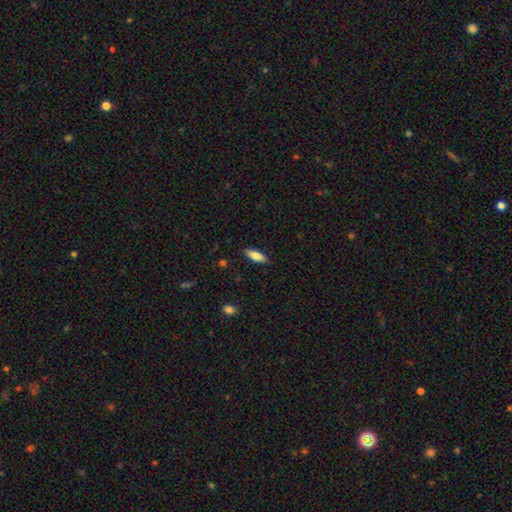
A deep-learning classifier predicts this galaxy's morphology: smooth-or-featured: smooth: 79% | featured or disk: 14% | star or artifact: 6%
  how-rounded: in between: 62% | cigar-shaped: 36% | round: 2%
  merging: none: 88% | minor disturbance: 9% | major disturbance: 2% | merger: 1%